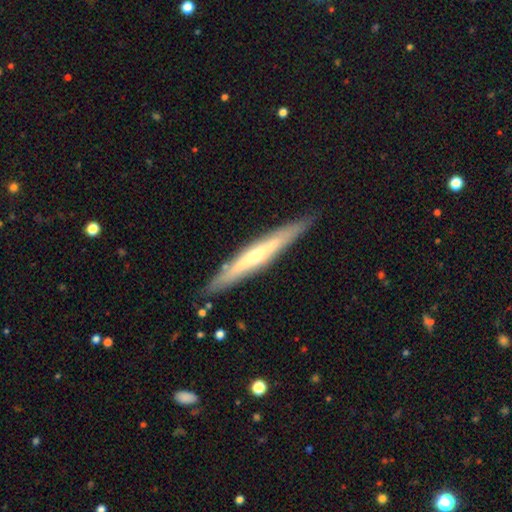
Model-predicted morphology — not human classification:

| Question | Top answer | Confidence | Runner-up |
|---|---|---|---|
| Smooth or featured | featured or disk | 67% | smooth (28%) |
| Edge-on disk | yes | 91% | no (9%) |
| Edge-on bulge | rounded | 75% | none (21%) |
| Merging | none | 87% | minor disturbance (9%) |